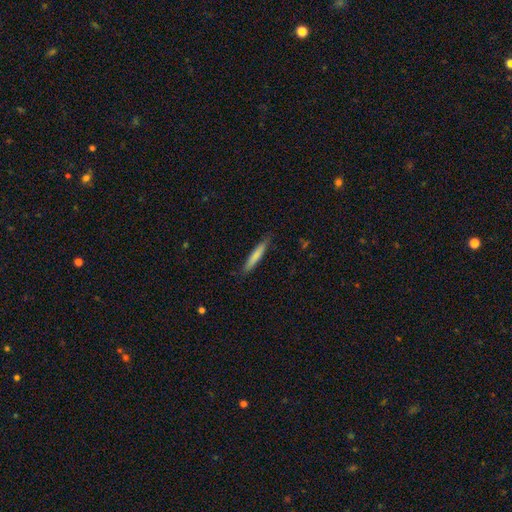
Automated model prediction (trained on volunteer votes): Morphology: type=smooth (78%); roundness=cigar-shaped (92%); merging=none (85%).